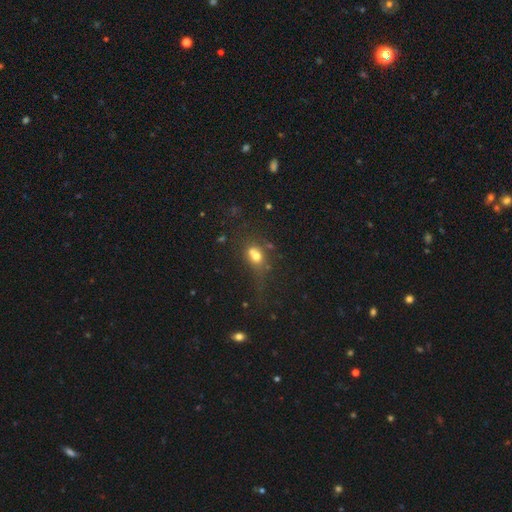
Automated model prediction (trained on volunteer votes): Morphology: type=smooth (63%); roundness=in between (53%); merging=merger (41%).